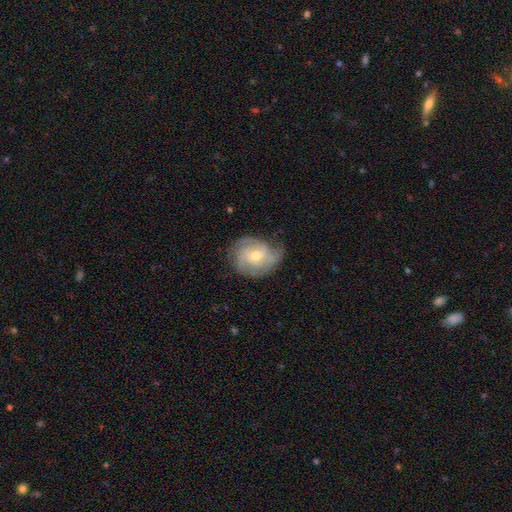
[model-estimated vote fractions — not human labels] The model was most divided on "spiral arm count": 3: 32%, can't tell: 27%, 2: 20%, 4: 11%, 1: 5%, more than 4: 5%. More confident: edge-on disk — no (97%); spiral arms — yes (93%); smooth or featured — featured or disk (78%); bar — no (67%); merging — none (65%); bulge size — moderate (57%); spiral winding — tight (53%).